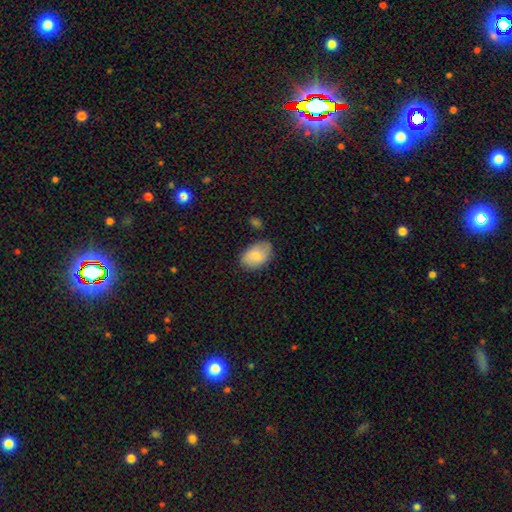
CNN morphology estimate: Q: Smooth or featured?
A: smooth (77%); runner-up: featured or disk (17%)
Q: How rounded?
A: in between (88%); runner-up: round (11%)
Q: Merging?
A: none (71%); runner-up: minor disturbance (22%)